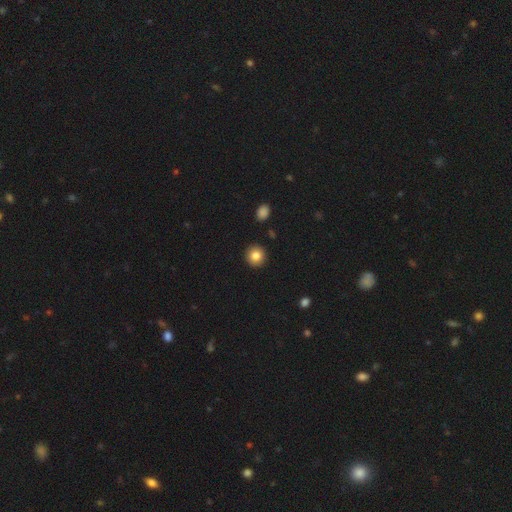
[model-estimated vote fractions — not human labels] smooth-or-featured: smooth: 85% | star or artifact: 9% | featured or disk: 6%
  how-rounded: round: 93% | in between: 6% | cigar-shaped: 1%
  merging: none: 92% | minor disturbance: 5% | major disturbance: 2% | merger: 2%